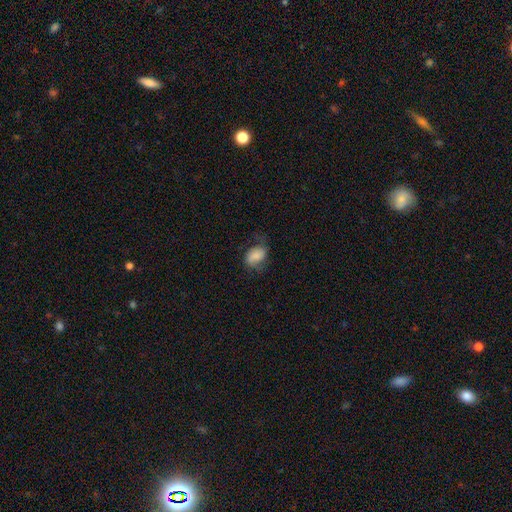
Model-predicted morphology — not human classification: Smooth or featured: smooth — 60% (featured or disk — 31%)
How rounded: in between — 75% (round — 24%)
Merging: none — 53% (minor disturbance — 28%)